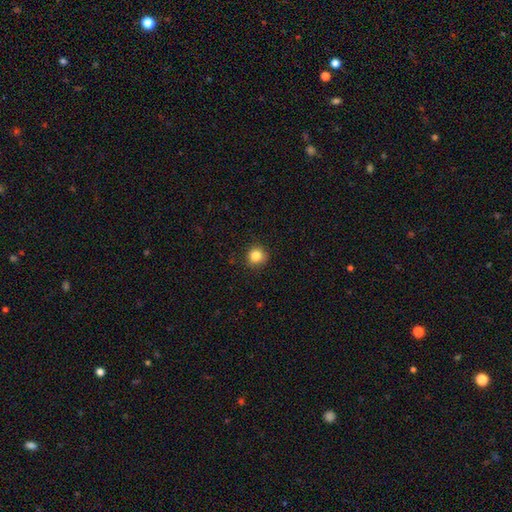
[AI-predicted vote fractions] smooth_or_featured: smooth (p=0.84) [alt: star or artifact p=0.11]
how_rounded: round (p=0.92) [alt: in between p=0.07]
merging: none (p=0.89) [alt: minor disturbance p=0.08]